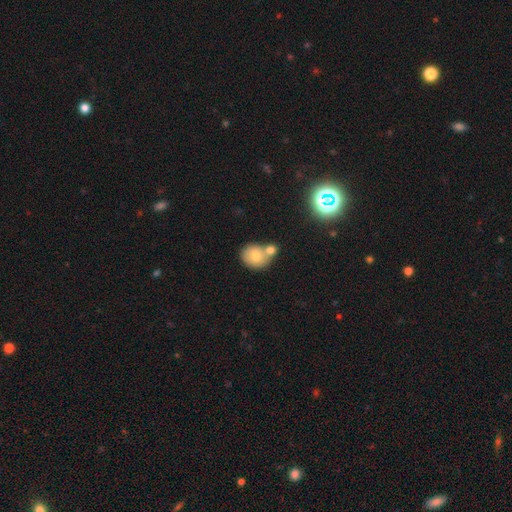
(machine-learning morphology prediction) smooth 77%, featured or disk 14%, star or artifact 9%. Down the decision tree: how rounded — round (72%); merging — merger (46%).